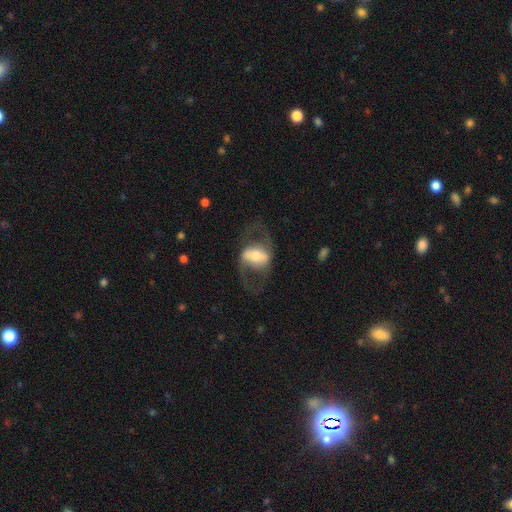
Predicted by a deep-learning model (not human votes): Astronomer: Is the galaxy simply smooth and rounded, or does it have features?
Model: featured or disk — 68%.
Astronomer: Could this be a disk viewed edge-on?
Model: no — 91%.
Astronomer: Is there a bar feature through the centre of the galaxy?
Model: strong — 44% (runner-up: weak, 30%).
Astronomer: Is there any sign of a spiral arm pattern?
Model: yes — 60% (runner-up: no, 40%).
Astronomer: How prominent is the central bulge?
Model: moderate — 47% (runner-up: small, 26%).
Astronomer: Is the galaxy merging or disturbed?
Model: none — 60%.